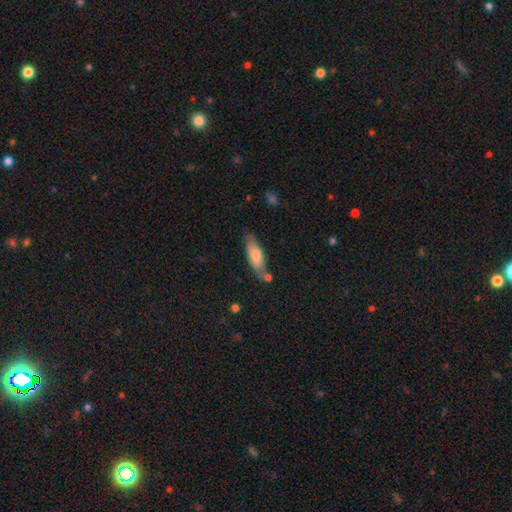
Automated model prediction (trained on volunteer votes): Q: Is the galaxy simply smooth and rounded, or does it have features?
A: smooth — 78%.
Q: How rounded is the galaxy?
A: in between — 54%.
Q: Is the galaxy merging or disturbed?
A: none — 66%.